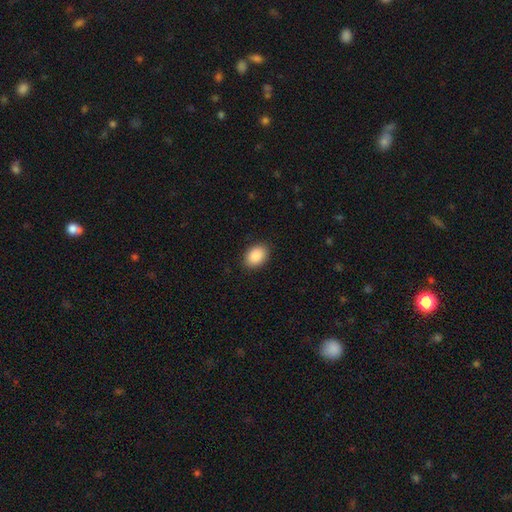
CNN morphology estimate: smooth 90%, star or artifact 7%, featured or disk 3%. Down the decision tree: how rounded — in between (76%); merging — none (89%).